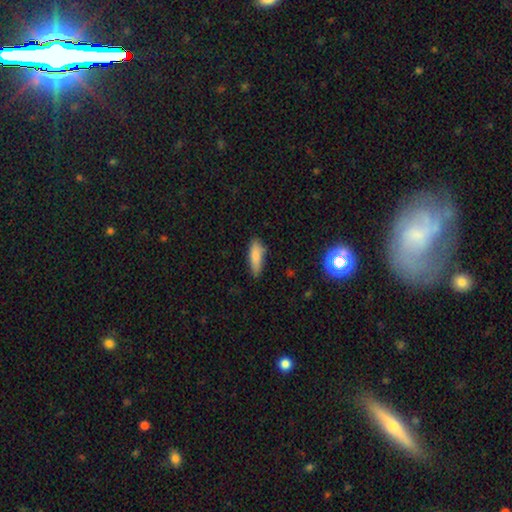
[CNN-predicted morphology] Smooth or featured: smooth — 85% (star or artifact — 8%)
How rounded: in between — 56% (cigar-shaped — 42%)
Merging: none — 72% (minor disturbance — 22%)